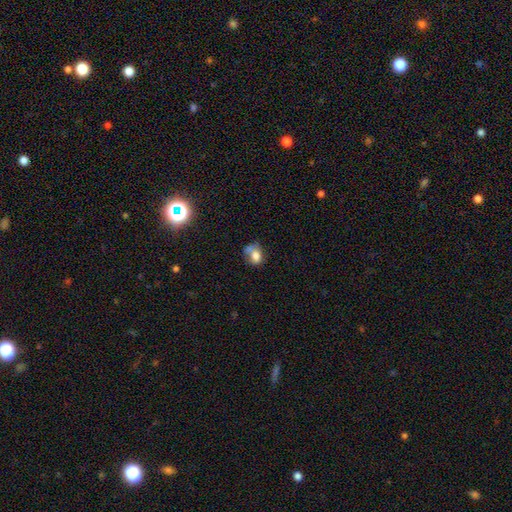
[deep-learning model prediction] smooth-or-featured: smooth: 73% | featured or disk: 15% | star or artifact: 12%
  how-rounded: in between: 56% | round: 43% | cigar-shaped: 1%
  merging: none: 34% | merger: 30% | minor disturbance: 22% | major disturbance: 14%